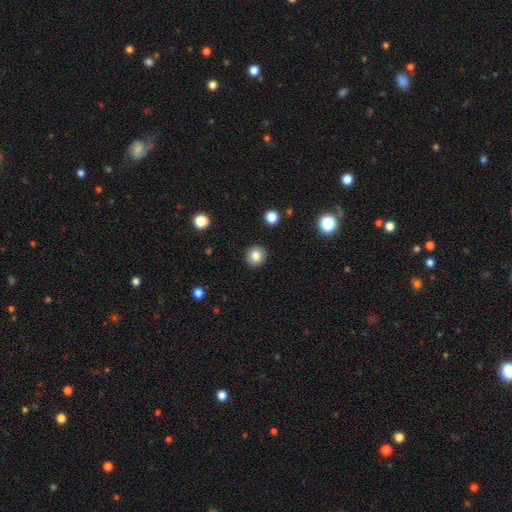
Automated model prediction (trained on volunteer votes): Smooth or featured?
  - smooth: 80% *
  - star or artifact: 10%
  - featured or disk: 10%
How rounded?
  - round: 92% *
  - in between: 7%
  - cigar-shaped: 1%
Merging?
  - none: 92% *
  - minor disturbance: 5%
  - major disturbance: 2%
  - merger: 1%